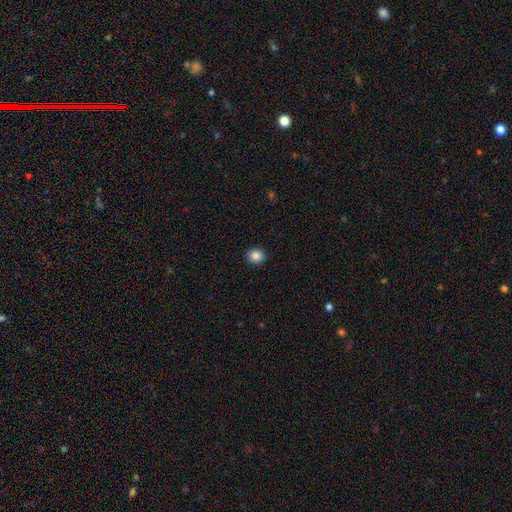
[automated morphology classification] smooth-or-featured: smooth: 86% | star or artifact: 10% | featured or disk: 4%
  how-rounded: round: 85% | in between: 14% | cigar-shaped: 1%
  merging: none: 92% | minor disturbance: 5% | major disturbance: 2% | merger: 1%